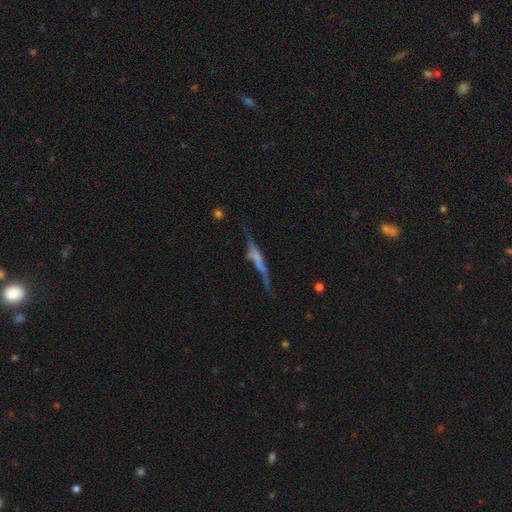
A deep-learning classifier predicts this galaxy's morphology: Q: Smooth or featured?
A: featured or disk (66%); runner-up: smooth (24%)
Q: Edge-on disk?
A: yes (90%); runner-up: no (10%)
Q: Edge-on bulge?
A: rounded (42%); runner-up: none (33%)
Q: Merging?
A: none (57%); runner-up: minor disturbance (22%)